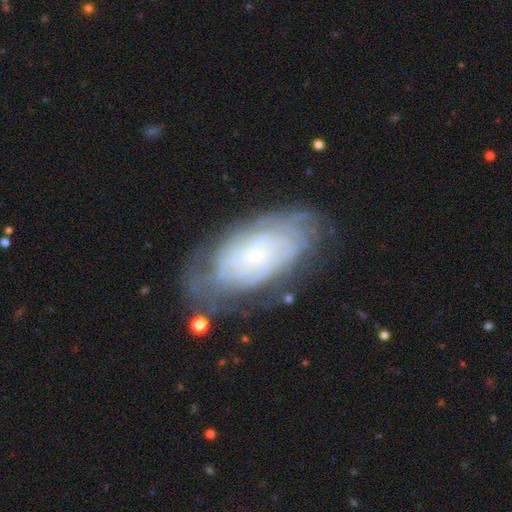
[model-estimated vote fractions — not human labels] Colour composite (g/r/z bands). It shows a featured or disk galaxy (78%) with no bar (78%), tight (79%) spiral arms (91%) and a small central bulge (87%). Merging: none (68%).